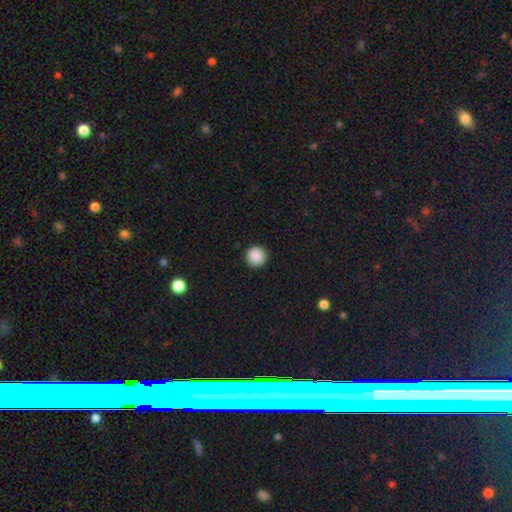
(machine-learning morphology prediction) Smooth or featured? smooth (89%)
How rounded? round (96%)
Merging? none (92%)